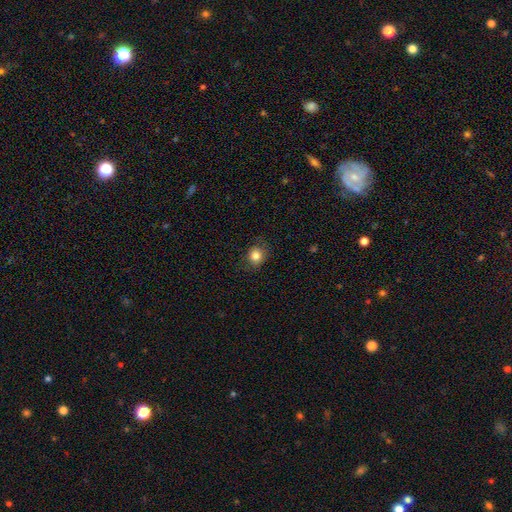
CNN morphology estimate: Overall: smooth (83%). How rounded: round (74%). Merging: none (80%).